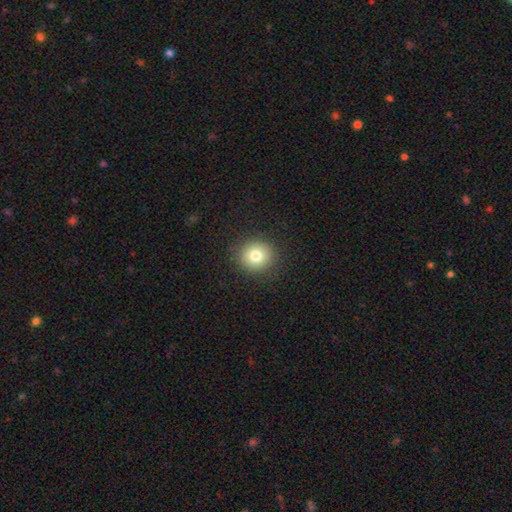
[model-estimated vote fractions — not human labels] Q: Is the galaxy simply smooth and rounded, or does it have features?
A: smooth — 79%.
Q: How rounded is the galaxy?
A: round — 89%.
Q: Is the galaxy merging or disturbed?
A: none — 89%.